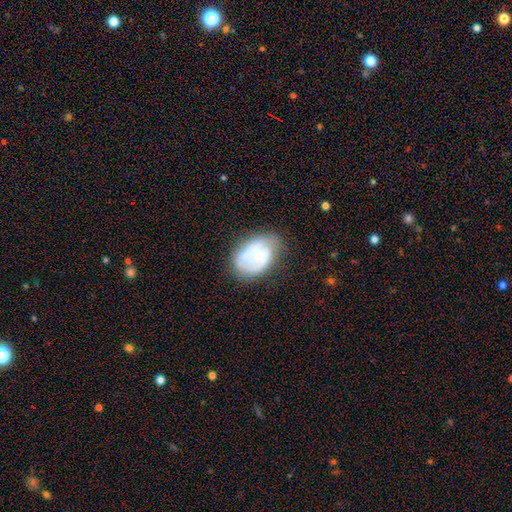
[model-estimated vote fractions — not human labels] Smooth or featured? featured or disk (59%)
Edge-on disk? no (97%)
Bar? no (79%)
Spiral arms? yes (62%)
Bulge size? small (58%)
Merging? none (53%)